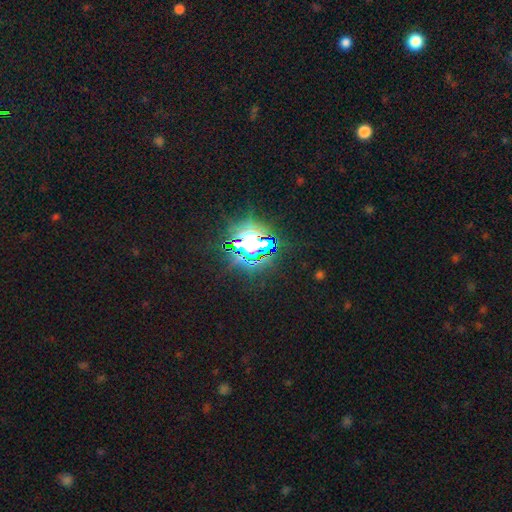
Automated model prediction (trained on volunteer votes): A star or artifact, not a galaxy (74%).